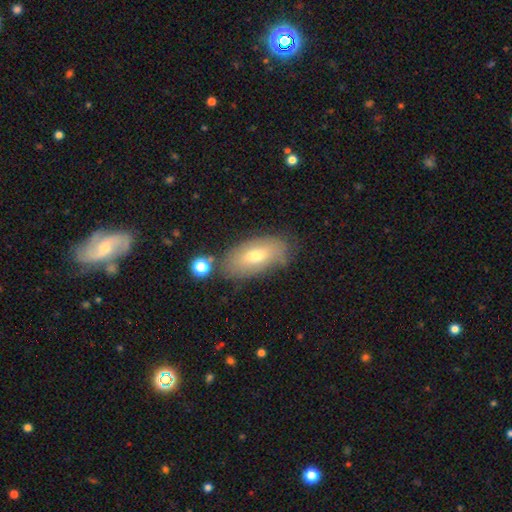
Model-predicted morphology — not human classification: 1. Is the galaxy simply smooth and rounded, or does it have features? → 59% smooth, 32% featured or disk, 9% star or artifact.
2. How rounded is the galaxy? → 88% in between, 9% cigar-shaped, 3% round.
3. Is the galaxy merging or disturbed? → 75% none, 16% minor disturbance, 5% merger, 4% major disturbance.